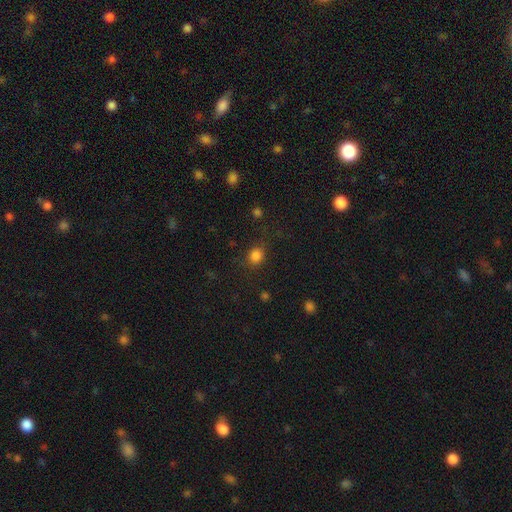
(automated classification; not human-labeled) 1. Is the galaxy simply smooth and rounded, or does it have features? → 83% smooth, 13% star or artifact, 4% featured or disk.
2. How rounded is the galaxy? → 77% round, 22% in between, 1% cigar-shaped.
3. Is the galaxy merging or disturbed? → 79% none, 13% minor disturbance, 6% major disturbance, 2% merger.